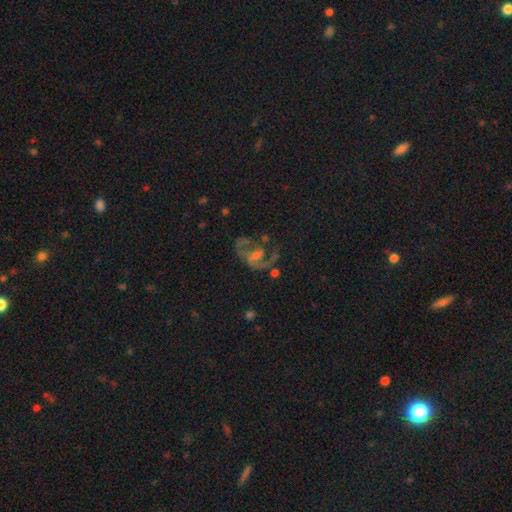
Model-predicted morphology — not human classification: smooth_or_featured: featured or disk (p=0.69) [alt: star or artifact p=0.16]
disk_edge_on: no (p=0.97) [alt: yes p=0.03]
bar: no (p=0.43) [alt: weak p=0.42]
has_spiral_arms: yes (p=0.73) [alt: no p=0.27]
bulge_size: small (p=0.40) [alt: moderate p=0.30]
merging: none (p=0.39) [alt: major disturbance p=0.36]